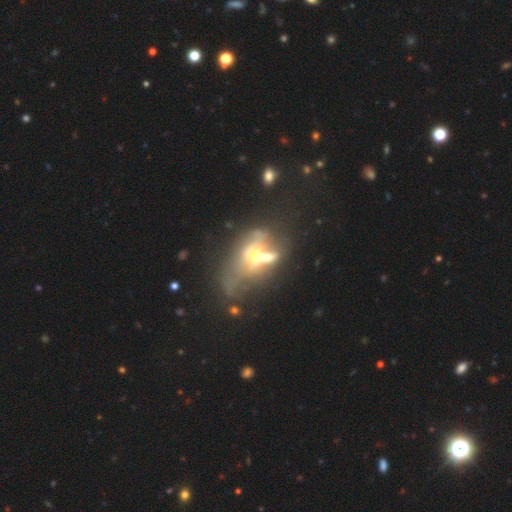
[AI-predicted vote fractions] Smooth or featured? Predicted: featured or disk (p=0.55). Edge-on disk? Predicted: no (p=0.88). Merging? Predicted: merger (p=0.57).